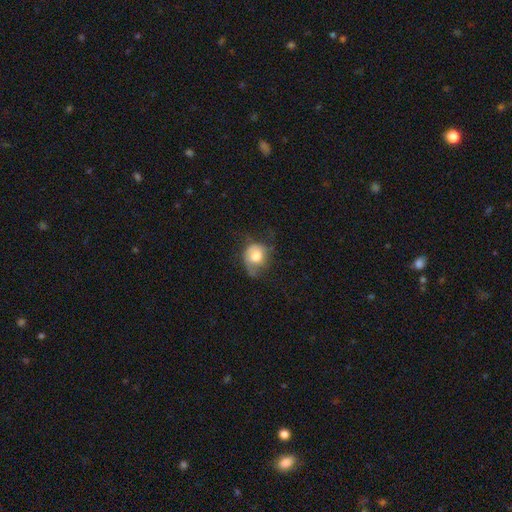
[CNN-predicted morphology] Q: Smooth or featured?
A: smooth (71%); runner-up: featured or disk (21%)
Q: How rounded?
A: round (64%); runner-up: in between (35%)
Q: Merging?
A: none (38%); runner-up: minor disturbance (36%)